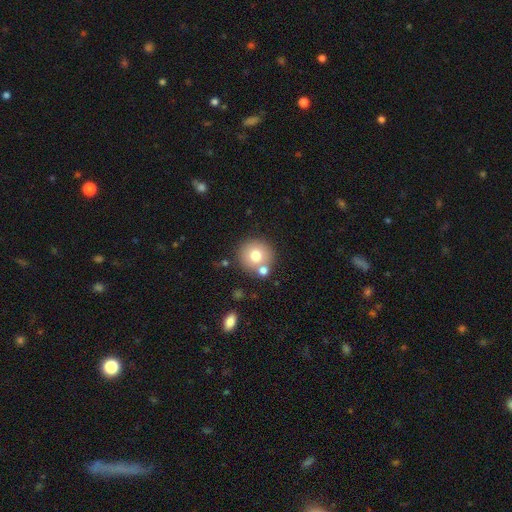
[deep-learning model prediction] Smooth or featured? Predicted: smooth (p=0.74). How rounded? Predicted: round (p=0.92). Merging? Predicted: none (p=0.71).